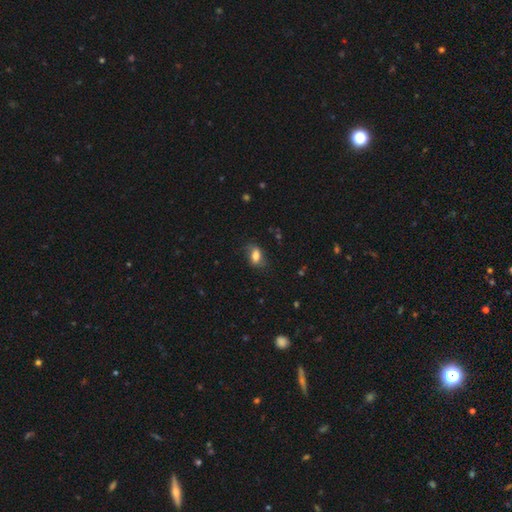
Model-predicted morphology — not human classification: A smooth galaxy with no disk features (75%) that is in between round and cigar-shaped (83%). Merging: none (69%).